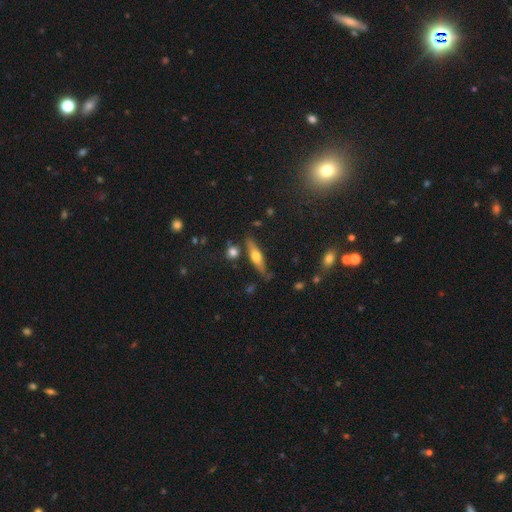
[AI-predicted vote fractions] This is possibly a featured or disk galaxy (53%). It is clearly viewed edge-on (91%). Merging: likely none (78%).